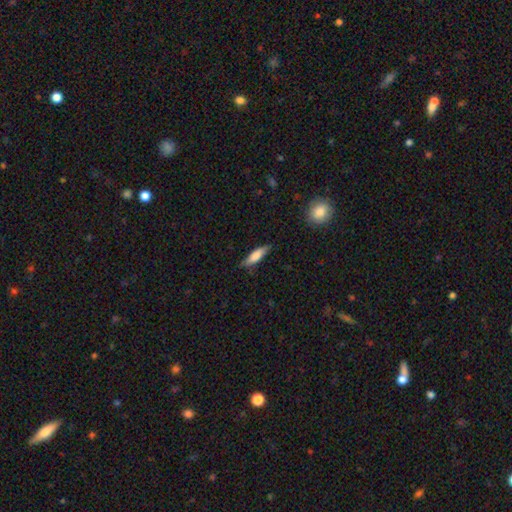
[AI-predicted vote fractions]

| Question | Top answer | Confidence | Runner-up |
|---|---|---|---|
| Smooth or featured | smooth | 75% | featured or disk (19%) |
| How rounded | cigar-shaped | 66% | in between (33%) |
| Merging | none | 80% | minor disturbance (16%) |